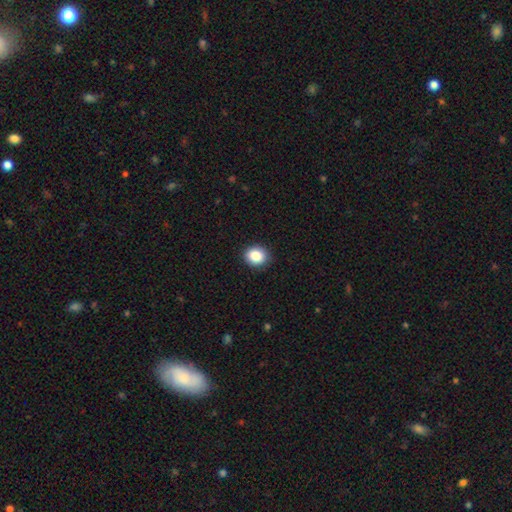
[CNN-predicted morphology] Smooth or featured? smooth (87%)
How rounded? round (72%)
Merging? none (90%)